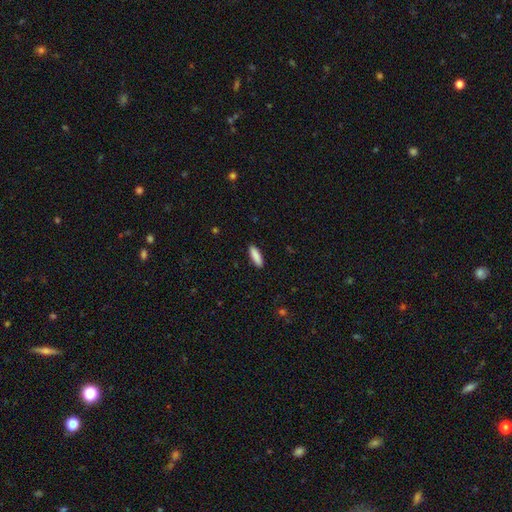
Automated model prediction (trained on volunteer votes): Morphology: type=smooth (89%); roundness=cigar-shaped (50%); merging=none (90%).